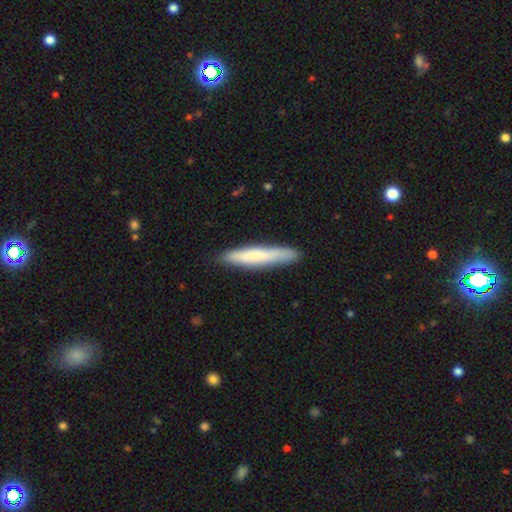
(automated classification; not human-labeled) Q: Smooth or featured?
A: smooth (70%); runner-up: featured or disk (25%)
Q: How rounded?
A: cigar-shaped (92%); runner-up: in between (6%)
Q: Merging?
A: none (85%); runner-up: minor disturbance (12%)